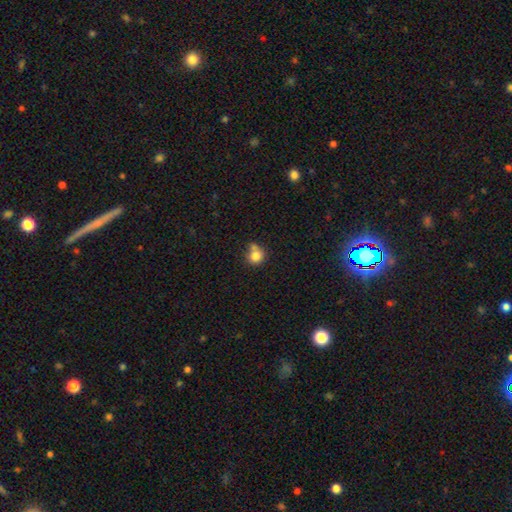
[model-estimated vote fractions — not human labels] Q: Smooth or featured?
A: smooth (80%); runner-up: star or artifact (11%)
Q: How rounded?
A: round (85%); runner-up: in between (14%)
Q: Merging?
A: none (53%); runner-up: merger (27%)